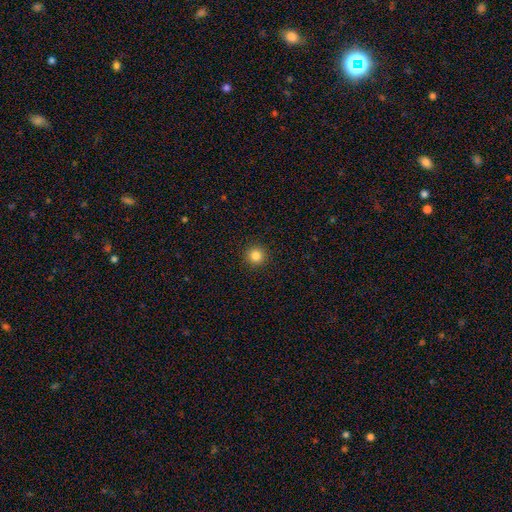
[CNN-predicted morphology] This appears to be a smooth galaxy with no disk features (84%) that is round (95%). Merging: none (93%).